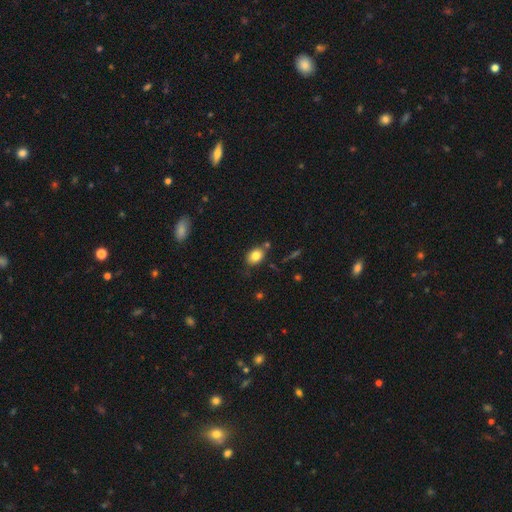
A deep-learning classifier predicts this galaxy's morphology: This is clearly a smooth galaxy (81%). How rounded: likely in between (71%). Merging: likely none (73%).